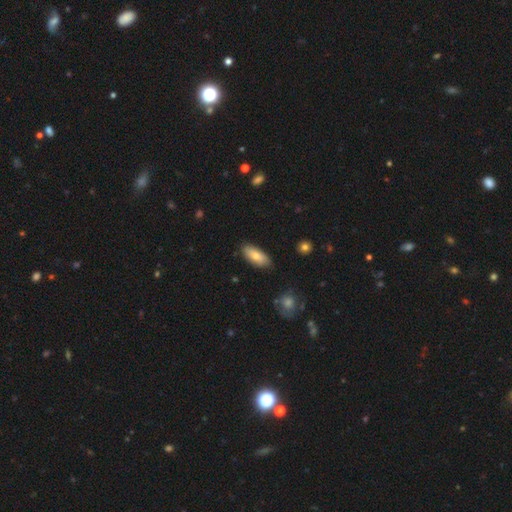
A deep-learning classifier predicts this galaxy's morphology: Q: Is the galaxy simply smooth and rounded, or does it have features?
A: smooth — 73%.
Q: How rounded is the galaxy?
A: in between — 85%.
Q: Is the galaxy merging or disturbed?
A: none — 83%.